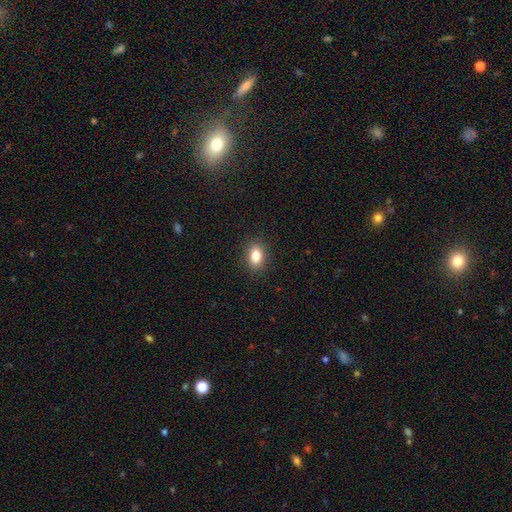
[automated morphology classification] Overall: smooth (84%). How rounded: in between (81%). Merging: none (89%).